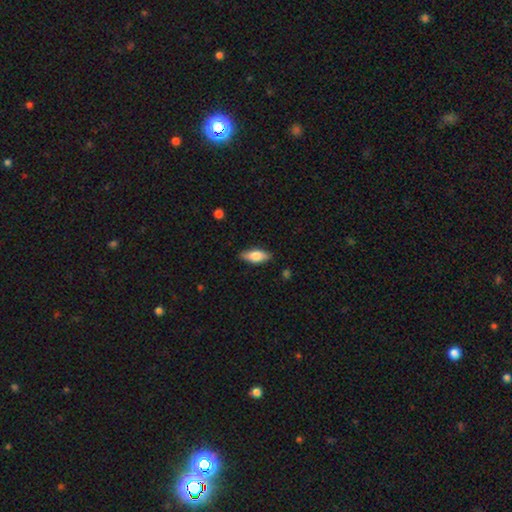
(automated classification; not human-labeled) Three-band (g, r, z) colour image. It shows a smooth galaxy with no disk features (77%) that is in between round and cigar-shaped (80%). Merging: none (84%).